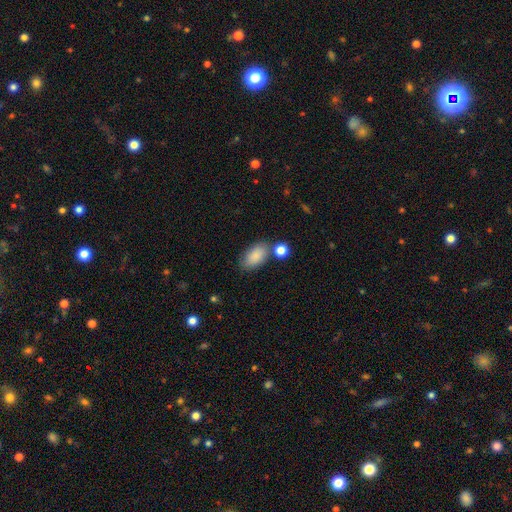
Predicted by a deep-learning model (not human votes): Smooth or featured?
  - smooth: 87% *
  - star or artifact: 7%
  - featured or disk: 6%
How rounded?
  - in between: 92% *
  - round: 5%
  - cigar-shaped: 3%
Merging?
  - none: 68% *
  - minor disturbance: 15%
  - merger: 13%
  - major disturbance: 4%